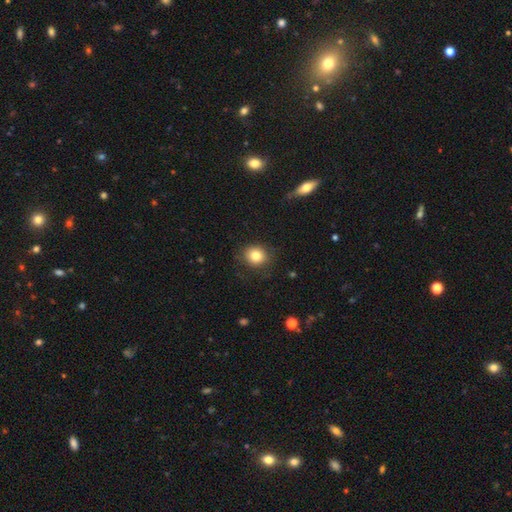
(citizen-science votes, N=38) A smooth galaxy with no disk features (87%) that is round (88%).

Vote fractions:
- Smooth or featured? smooth: 87% / star or artifact: 8% / featured or disk: 5%
- How rounded? round: 88% / in between: 12% / cigar-shaped: 0%
- Merging? none: 77% / minor disturbance: 20% / major disturbance: 3% / merger: 0%